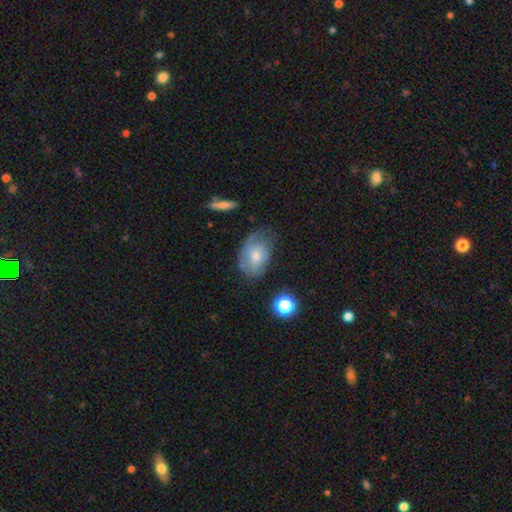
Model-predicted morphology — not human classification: A smooth galaxy with no disk features (48%). Merging: none (53%).